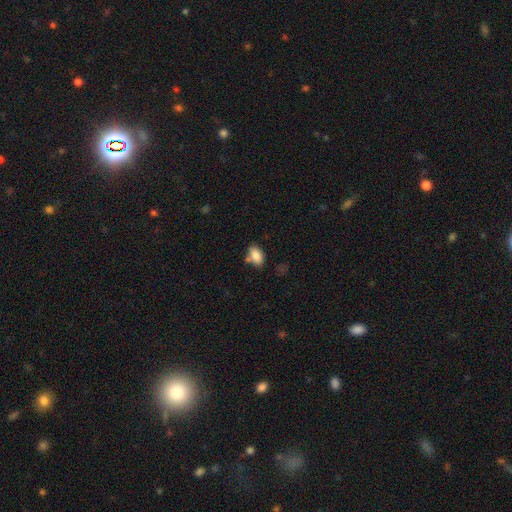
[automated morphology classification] Smooth or featured? Predicted: smooth (p=0.86). How rounded? Predicted: in between (p=0.90). Merging? Predicted: none (p=0.65).